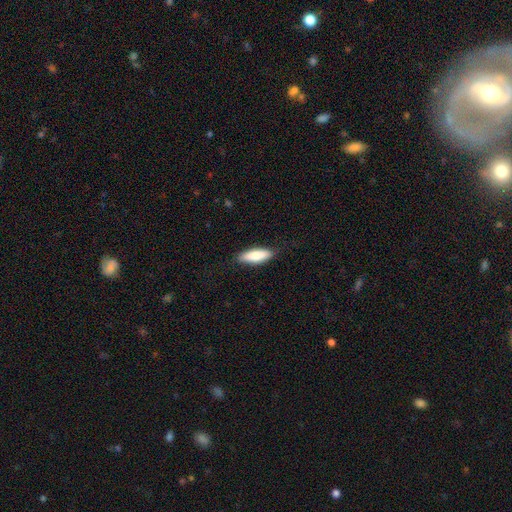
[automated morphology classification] A smooth galaxy with no disk features (77%) that is in between round and cigar-shaped (56%).

Vote fractions:
- Smooth or featured? smooth: 77% / featured or disk: 18% / star or artifact: 5%
- How rounded? in between: 56% / cigar-shaped: 42% / round: 2%
- Merging? none: 86% / minor disturbance: 11% / major disturbance: 2% / merger: 1%